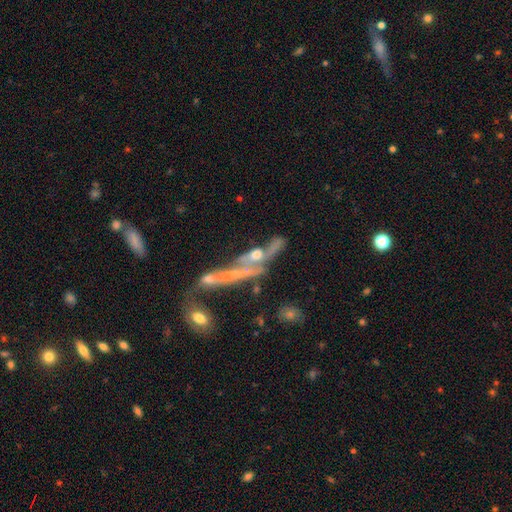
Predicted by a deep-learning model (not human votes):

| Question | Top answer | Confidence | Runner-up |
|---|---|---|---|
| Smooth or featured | featured or disk | 59% | smooth (26%) |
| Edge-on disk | no | 54% | yes (46%) |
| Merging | merger | 43% | none (23%) |